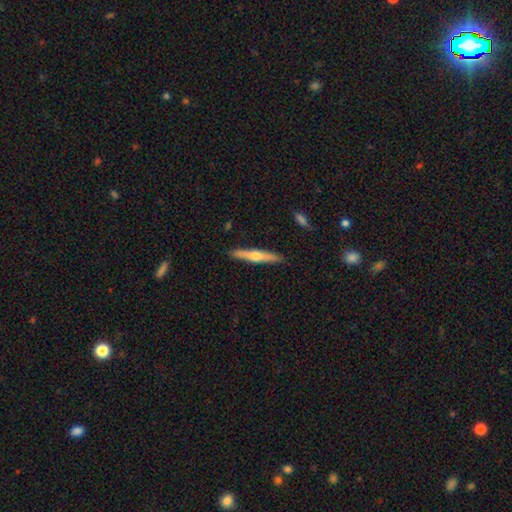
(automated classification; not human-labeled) This appears to be a featured or disk galaxy (58%) viewed edge-on (96%) with a rounded central bulge (89%). Merging: none (91%).